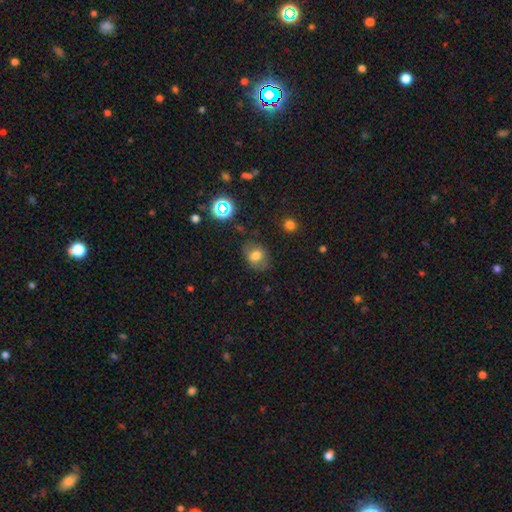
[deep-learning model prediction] Smooth or featured? smooth (72%)
How rounded? in between (52%)
Merging? none (75%)